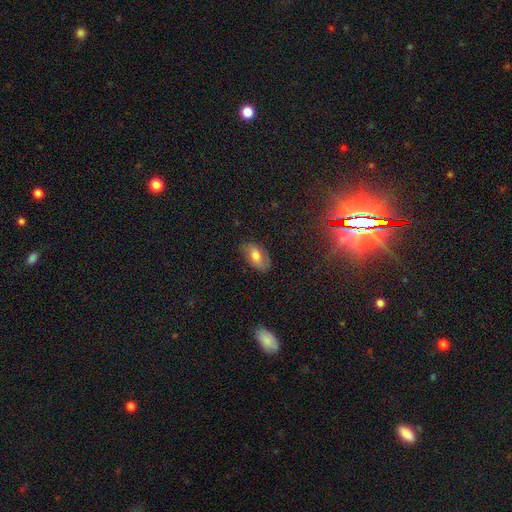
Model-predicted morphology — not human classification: Smooth or featured?
  - smooth: 58% *
  - featured or disk: 33%
  - star or artifact: 10%
How rounded?
  - in between: 92% *
  - round: 6%
  - cigar-shaped: 3%
Merging?
  - none: 75% *
  - minor disturbance: 18%
  - major disturbance: 5%
  - merger: 1%